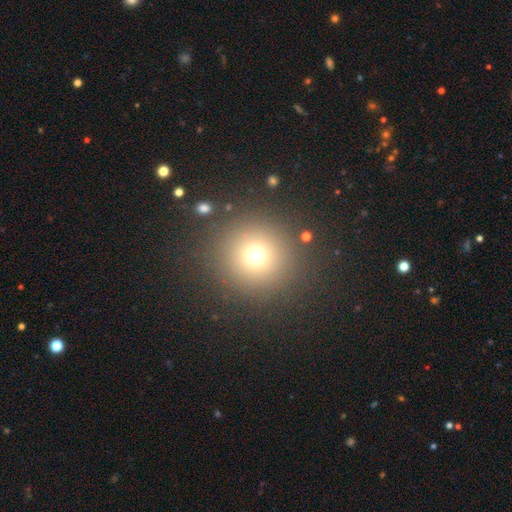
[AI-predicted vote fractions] Overall: smooth (70%). How rounded: round (95%). Merging: none (88%).